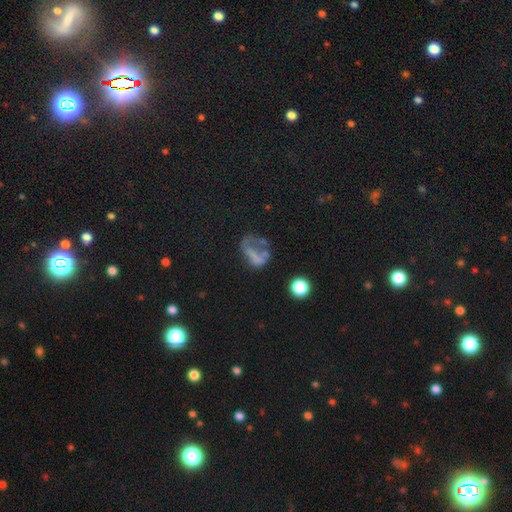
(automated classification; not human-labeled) Smooth or featured?
  - smooth: 40% * (tied)
  - featured or disk: 40% * (tied)
  - star or artifact: 20%
Merging?
  - major disturbance: 42% *
  - none: 29%
  - minor disturbance: 19%
  - merger: 10%